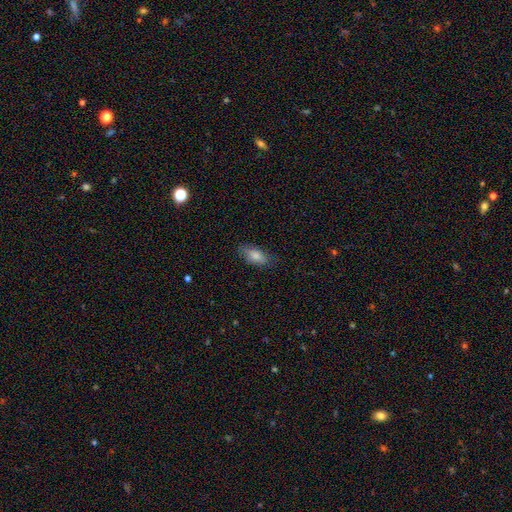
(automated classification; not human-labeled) smooth-or-featured: smooth: 80% | featured or disk: 13% | star or artifact: 7%
  how-rounded: in between: 82% | cigar-shaped: 15% | round: 3%
  merging: none: 75% | minor disturbance: 19% | major disturbance: 4% | merger: 1%